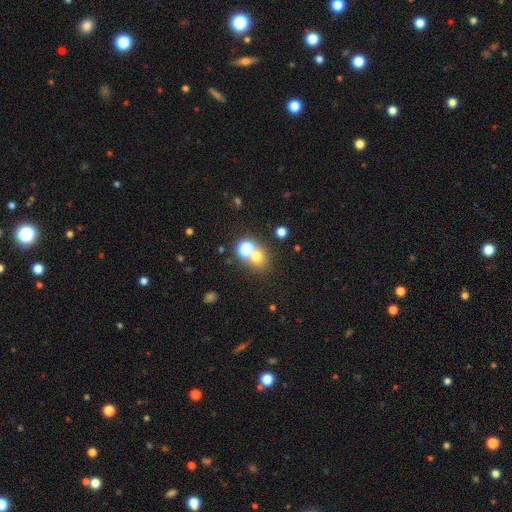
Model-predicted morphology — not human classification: Smooth or featured: smooth — 63% (star or artifact — 26%)
How rounded: round — 78% (in between — 21%)
Merging: none — 56% (merger — 32%)